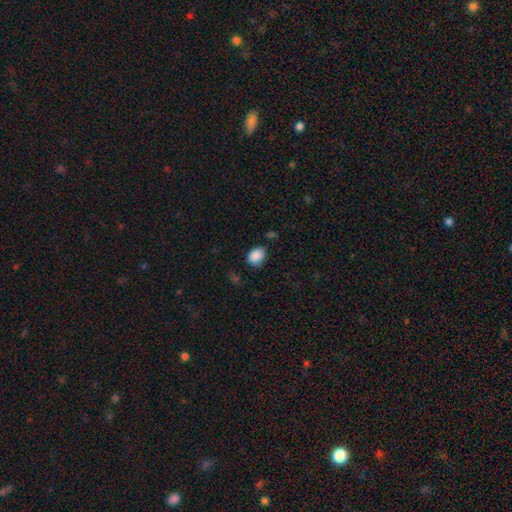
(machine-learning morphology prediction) Overall: smooth (88%). How rounded: in between (66%; round 33%). Merging: none (71%).